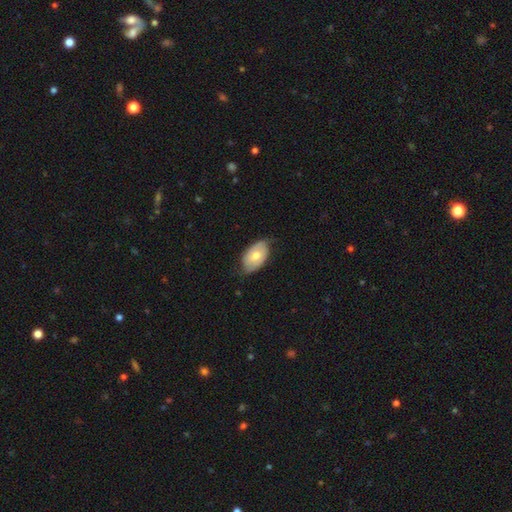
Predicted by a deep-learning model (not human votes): Q: Smooth or featured?
A: smooth (55%); runner-up: featured or disk (39%)
Q: How rounded?
A: in between (92%); runner-up: round (6%)
Q: Merging?
A: none (65%); runner-up: minor disturbance (28%)